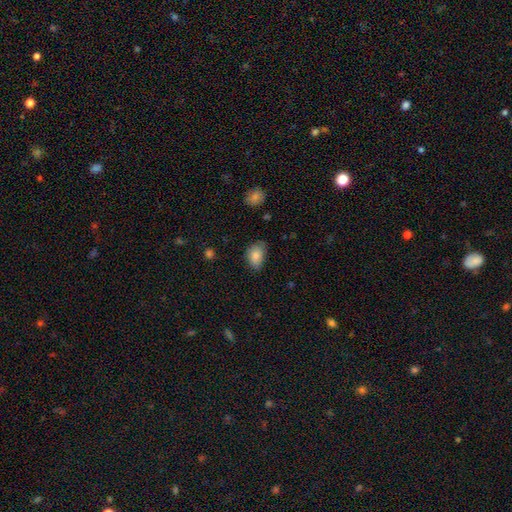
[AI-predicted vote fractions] This appears to be a smooth galaxy with no disk features (85%) that is in between round and cigar-shaped (84%). Merging: none (64%).